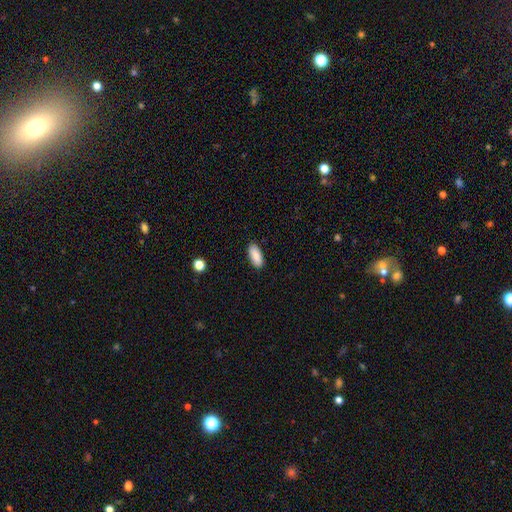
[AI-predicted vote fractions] Smooth or featured: smooth — 89% (star or artifact — 7%)
How rounded: in between — 86% (cigar-shaped — 12%)
Merging: none — 89% (minor disturbance — 8%)